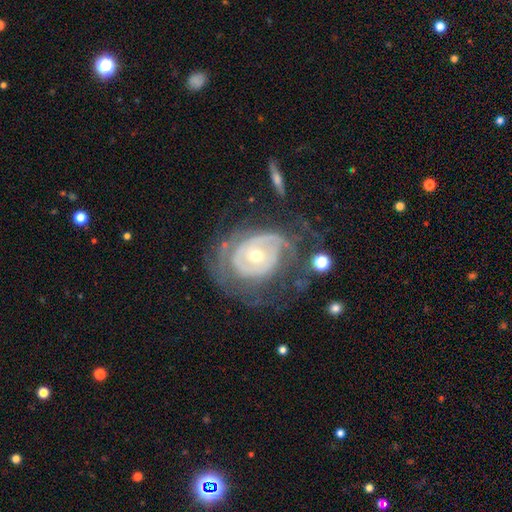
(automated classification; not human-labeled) The model was most divided on "bulge size": small: 50%, moderate: 46%, large: 2%, dominant: 1%, none: 1%. Remaining: edge-on disk — no (96%); smooth or featured — featured or disk (80%); bar — no (75%); spiral arms — yes (73%); spiral winding — tight (64%); spiral arm count — can't tell (47%); merging — none (46%).